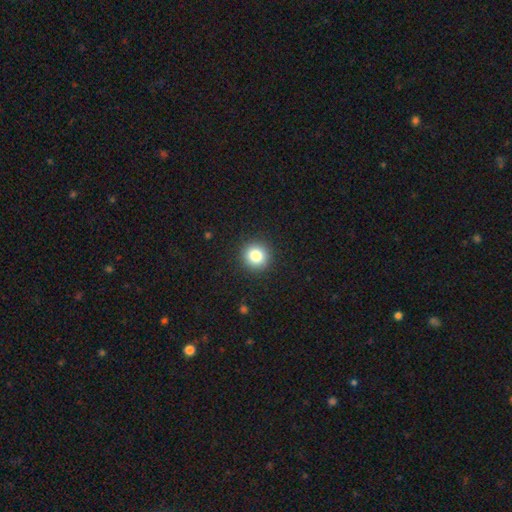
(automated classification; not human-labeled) Smooth or featured? Predicted: smooth (p=0.83). How rounded? Predicted: round (p=0.93). Merging? Predicted: none (p=0.92).